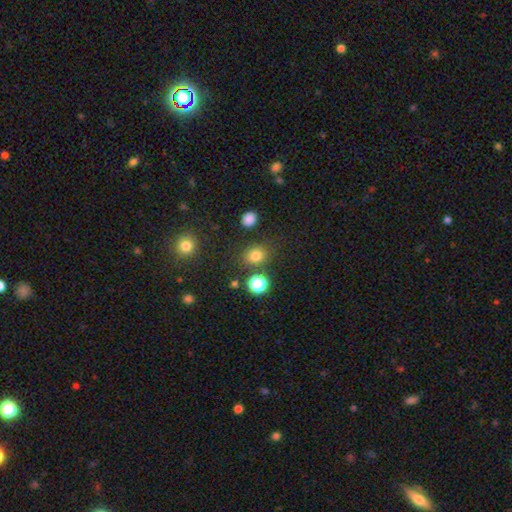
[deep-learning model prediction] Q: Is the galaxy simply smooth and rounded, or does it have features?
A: smooth — 75%.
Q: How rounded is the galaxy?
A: round — 62%.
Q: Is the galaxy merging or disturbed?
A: none — 79%.